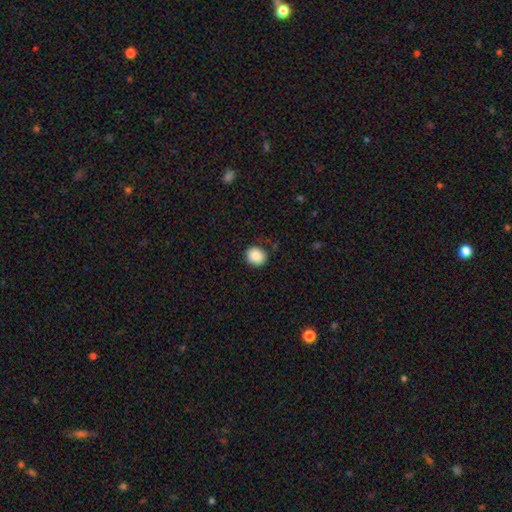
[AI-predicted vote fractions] A smooth galaxy with no disk features (87%) that is round (84%). Merging: none (87%).